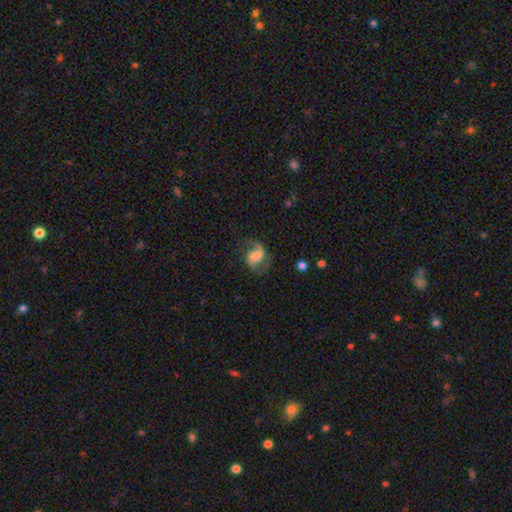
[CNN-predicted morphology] A featured or disk galaxy (78%) with a weak bar (45%), 2 (85%) loose (49%) spiral arms (94%) and a moderate central bulge (41%).

Vote fractions:
- Smooth or featured? featured or disk: 78% / smooth: 15% / star or artifact: 7%
- Edge-on disk? no: 98% / yes: 2%
- Bar? weak: 45% / no: 38% / strong: 17%
- Spiral arms? yes: 94% / no: 6%
- Spiral winding? loose: 49% / medium: 42% / tight: 9%
- Spiral arm count? 2: 85% / 1: 9% / can't tell: 3% / 3: 1% / 4: 1% / more than 4: 1%
- Bulge size? moderate: 41% / small: 26% / large: 19% / none: 11% / dominant: 3%
- Merging? none: 64% / minor disturbance: 18% / major disturbance: 16% / merger: 2%